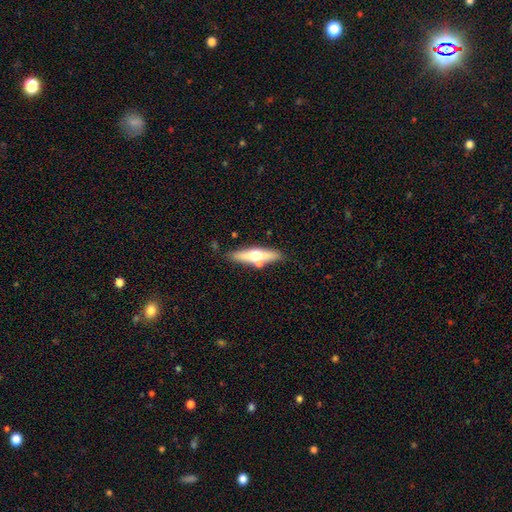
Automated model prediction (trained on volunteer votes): Smooth or featured?
  - featured or disk: 50% *
  - smooth: 45%
  - star or artifact: 5%
Merging?
  - none: 72% *
  - minor disturbance: 13%
  - merger: 12%
  - major disturbance: 3%